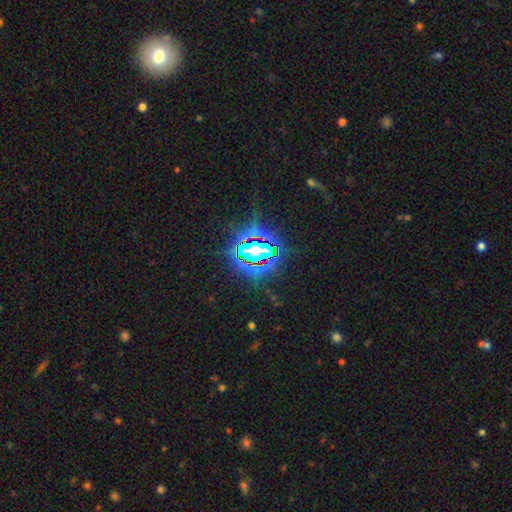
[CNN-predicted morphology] A star or artifact, not a galaxy (80%).

Vote fractions:
- Smooth or featured? star or artifact: 80% / featured or disk: 10% / smooth: 10%